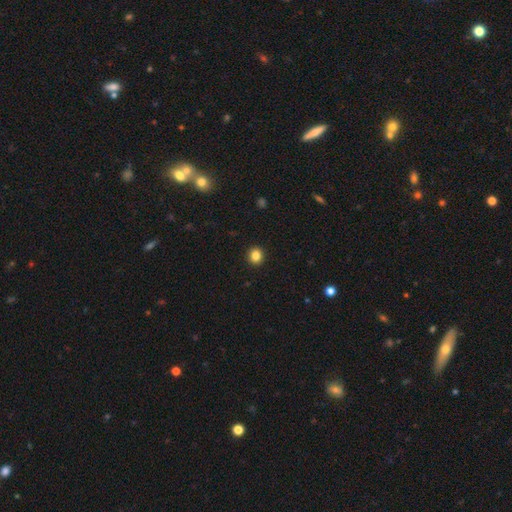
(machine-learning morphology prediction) smooth 84%, star or artifact 11%, featured or disk 5%. Down the decision tree: how rounded — round (88%); merging — none (93%).